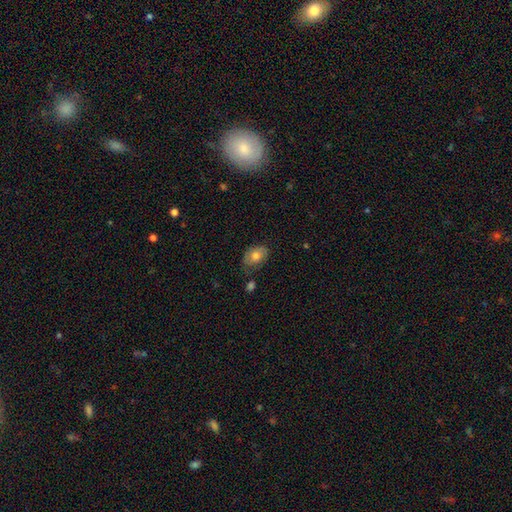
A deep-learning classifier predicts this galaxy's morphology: smooth-or-featured: smooth: 73% | featured or disk: 19% | star or artifact: 8%
  how-rounded: in between: 83% | round: 16% | cigar-shaped: 1%
  merging: none: 68% | minor disturbance: 23% | major disturbance: 5% | merger: 4%